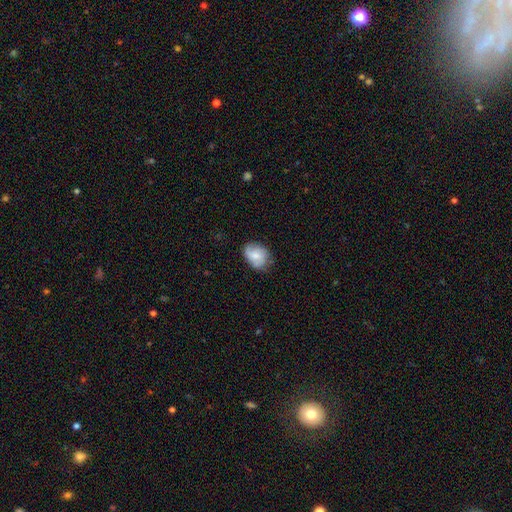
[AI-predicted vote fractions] Smooth or featured? Predicted: smooth (p=0.57). How rounded? Predicted: in between (p=0.58). Merging? Predicted: none (p=0.63).